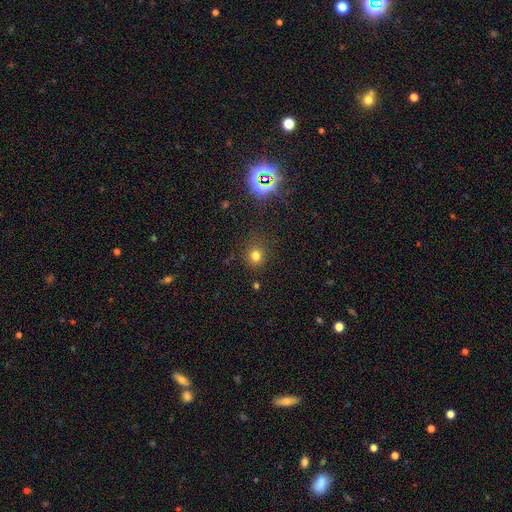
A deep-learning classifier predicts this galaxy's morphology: This appears to be a smooth galaxy with no disk features (74%) that is round (87%). Merging: none (85%).